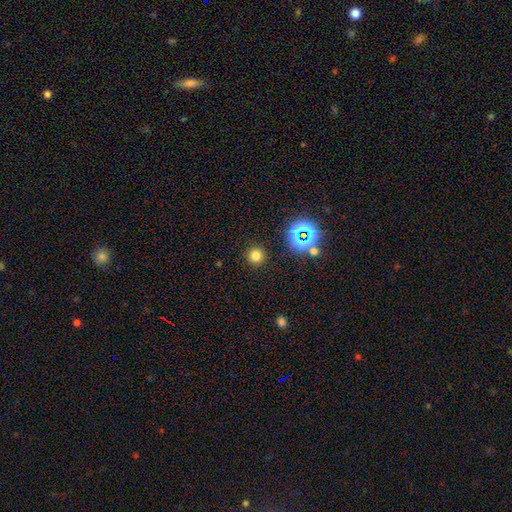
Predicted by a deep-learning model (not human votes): Smooth or featured? Predicted: smooth (p=0.74). How rounded? Predicted: round (p=0.95). Merging? Predicted: none (p=0.91).